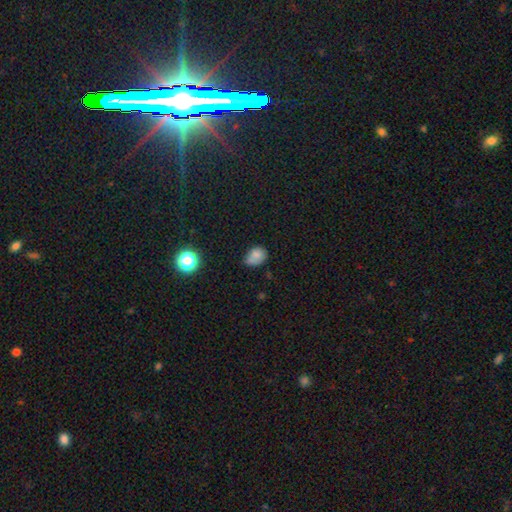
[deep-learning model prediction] Q: Smooth or featured?
A: smooth (77%); runner-up: star or artifact (12%)
Q: How rounded?
A: in between (66%); runner-up: round (33%)
Q: Merging?
A: none (46%); runner-up: minor disturbance (35%)